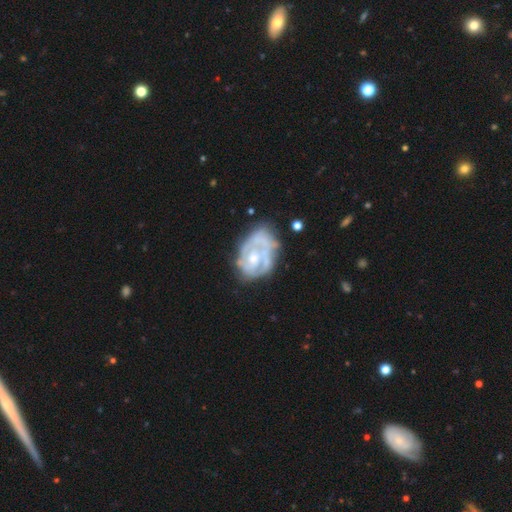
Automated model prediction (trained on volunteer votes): smooth_or_featured: featured or disk (p=0.72) [alt: smooth p=0.21]
disk_edge_on: no (p=0.97) [alt: yes p=0.03]
bar: no (p=0.76) [alt: weak p=0.20]
has_spiral_arms: yes (p=0.59) [alt: no p=0.41]
bulge_size: moderate (p=0.49) [alt: small p=0.33]
merging: none (p=0.48) [alt: minor disturbance p=0.28]